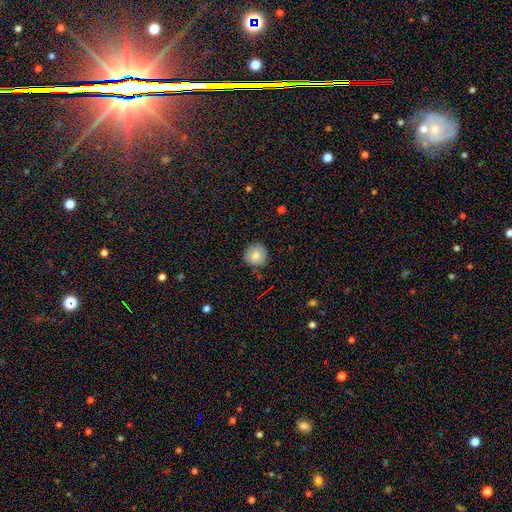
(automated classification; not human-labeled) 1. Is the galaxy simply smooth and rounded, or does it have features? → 82% smooth, 9% featured or disk, 9% star or artifact.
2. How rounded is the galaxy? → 92% round, 7% in between, 1% cigar-shaped.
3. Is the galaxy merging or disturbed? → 84% none, 12% minor disturbance, 2% major disturbance, 2% merger.